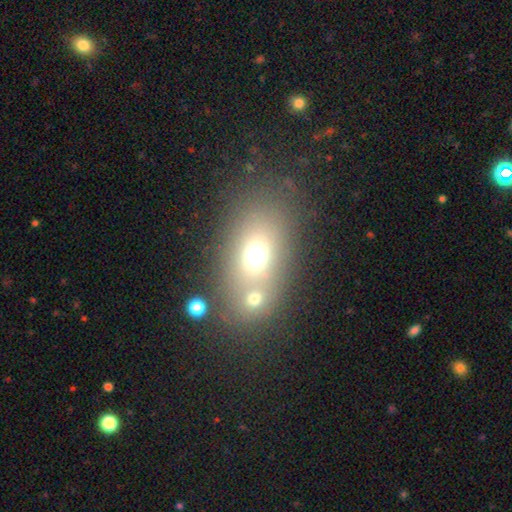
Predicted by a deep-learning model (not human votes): Overall: smooth (64%). How rounded: in between (70%). Merging: none (48%; merger 36%).